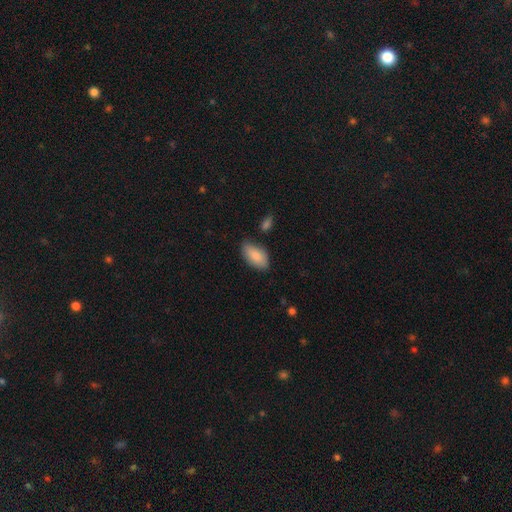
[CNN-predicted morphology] A smooth galaxy with no disk features (86%) that is in between round and cigar-shaped (94%). Merging: none (76%).